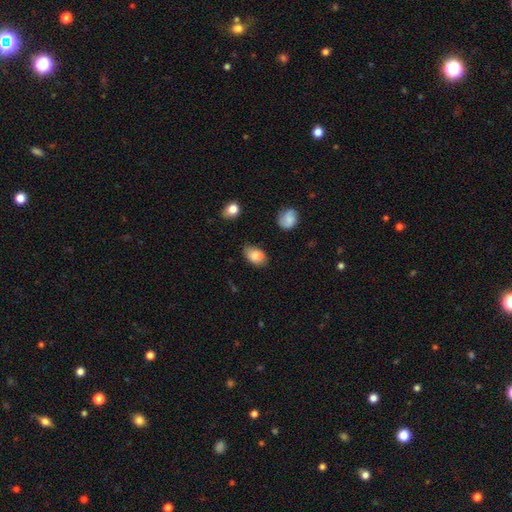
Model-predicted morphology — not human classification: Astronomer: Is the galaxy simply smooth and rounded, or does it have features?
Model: smooth — 82%.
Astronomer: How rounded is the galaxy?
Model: in between — 89%.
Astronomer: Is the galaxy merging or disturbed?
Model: none — 63%.